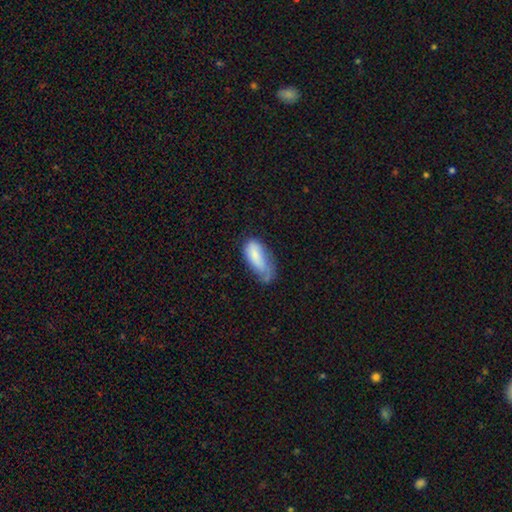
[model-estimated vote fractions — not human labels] Smooth or featured? smooth (74%)
How rounded? in between (83%)
Merging? minor disturbance (37%)